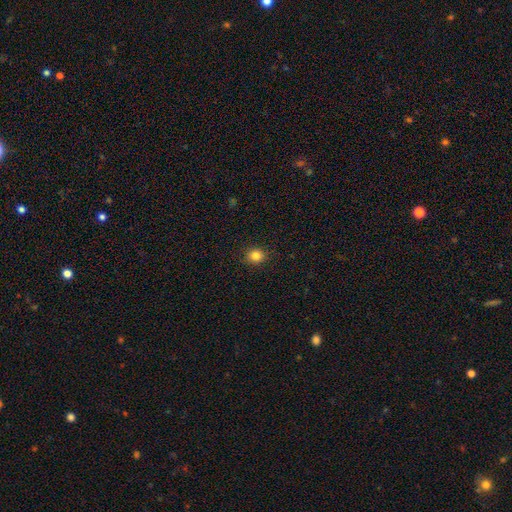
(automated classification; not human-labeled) smooth-or-featured: smooth: 84% | star or artifact: 12% | featured or disk: 5%
  how-rounded: round: 77% | in between: 22% | cigar-shaped: 1%
  merging: none: 90% | minor disturbance: 7% | major disturbance: 2% | merger: 1%